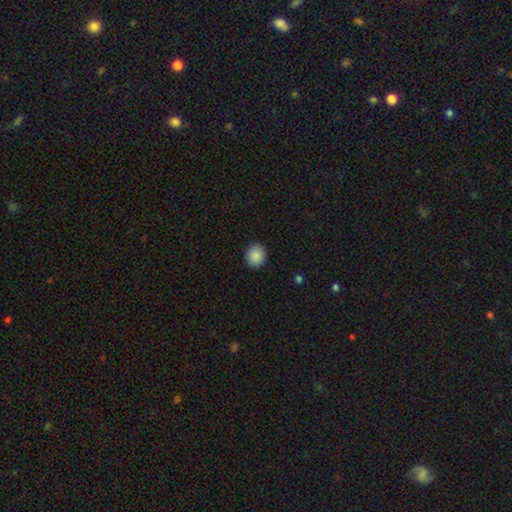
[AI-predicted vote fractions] Smooth or featured?
  - smooth: 88% *
  - star or artifact: 8%
  - featured or disk: 4%
How rounded?
  - round: 75% *
  - in between: 24%
  - cigar-shaped: 1%
Merging?
  - none: 90% *
  - minor disturbance: 7%
  - major disturbance: 2%
  - merger: 1%